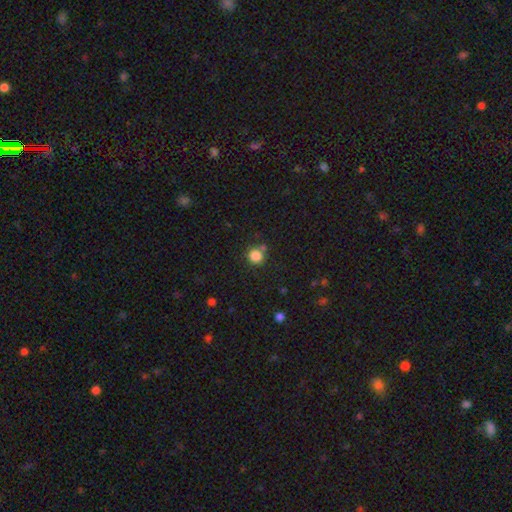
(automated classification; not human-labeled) Smooth or featured? Predicted: smooth (p=0.84). How rounded? Predicted: round (p=0.91). Merging? Predicted: none (p=0.75).